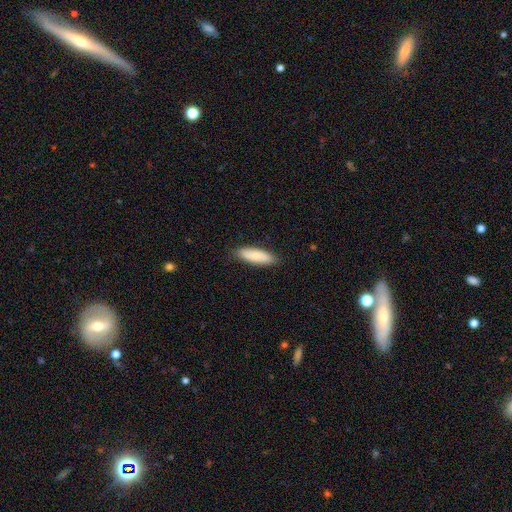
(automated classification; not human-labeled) smooth-or-featured: smooth: 86% | featured or disk: 9% | star or artifact: 5%
  how-rounded: cigar-shaped: 52% | in between: 46% | round: 2%
  merging: none: 88% | minor disturbance: 9% | major disturbance: 2% | merger: 1%